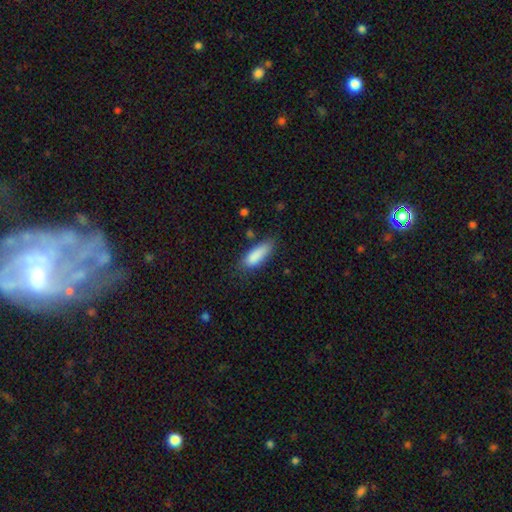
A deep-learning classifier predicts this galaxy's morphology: This appears to be a smooth galaxy with no disk features (87%) that is in between round and cigar-shaped (62%). Merging: none (69%).